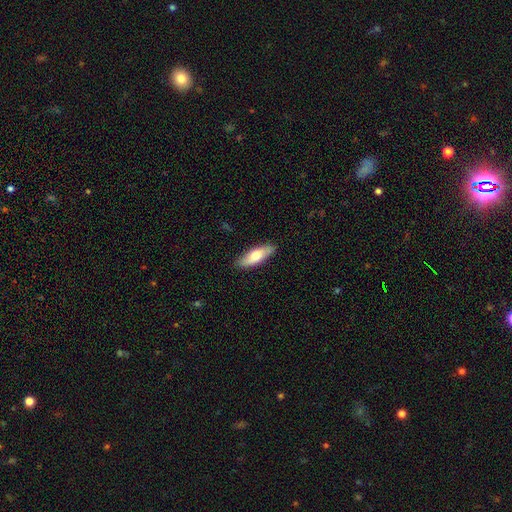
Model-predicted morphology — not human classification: Smooth or featured: smooth — 67% (featured or disk — 27%)
How rounded: in between — 55% (cigar-shaped — 43%)
Merging: none — 86% (minor disturbance — 11%)